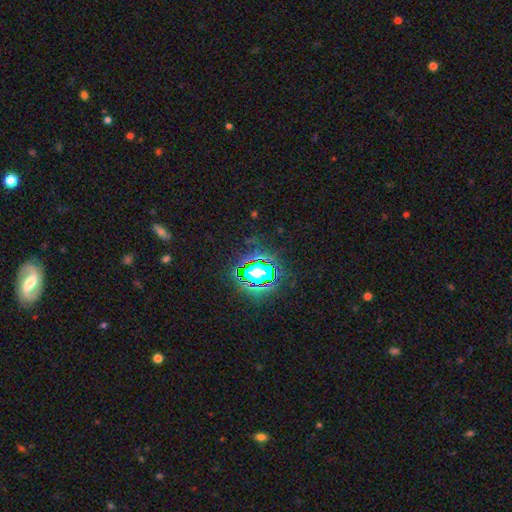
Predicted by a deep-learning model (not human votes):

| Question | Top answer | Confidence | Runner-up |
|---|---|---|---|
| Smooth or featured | star or artifact | 82% | smooth (11%) |